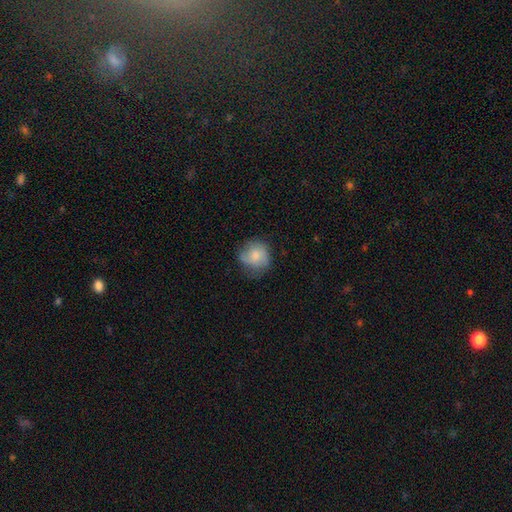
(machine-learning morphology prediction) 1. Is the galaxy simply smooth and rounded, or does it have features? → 69% smooth, 24% featured or disk, 7% star or artifact.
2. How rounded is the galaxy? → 83% round, 16% in between, 1% cigar-shaped.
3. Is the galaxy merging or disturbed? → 62% none, 27% minor disturbance, 9% major disturbance, 1% merger.